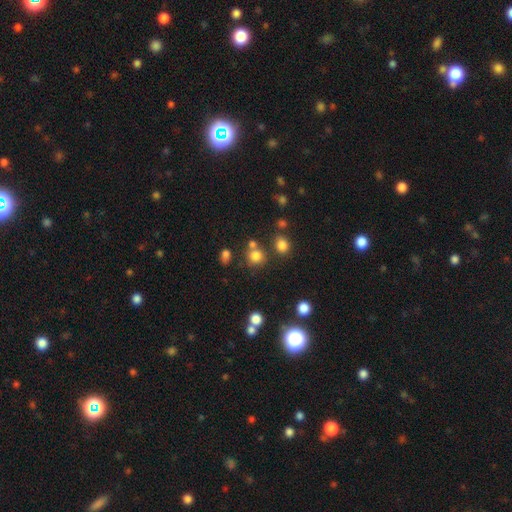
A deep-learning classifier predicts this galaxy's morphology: smooth-or-featured: smooth: 77% | star or artifact: 16% | featured or disk: 7%
  how-rounded: round: 85% | in between: 14% | cigar-shaped: 1%
  merging: none: 66% | merger: 19% | minor disturbance: 11% | major disturbance: 5%